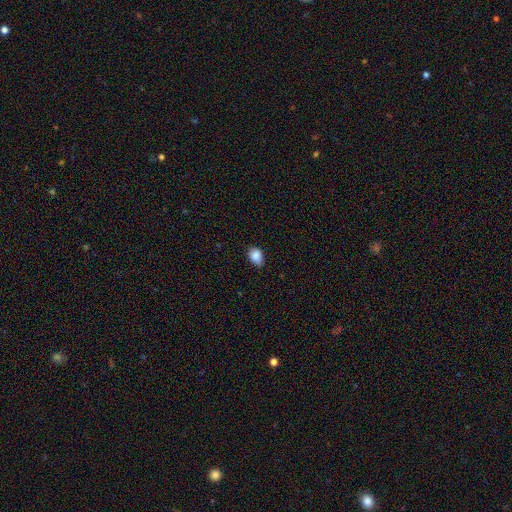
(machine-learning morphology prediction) A smooth galaxy with no disk features (88%) that is in between round and cigar-shaped (71%). Merging: none (69%).